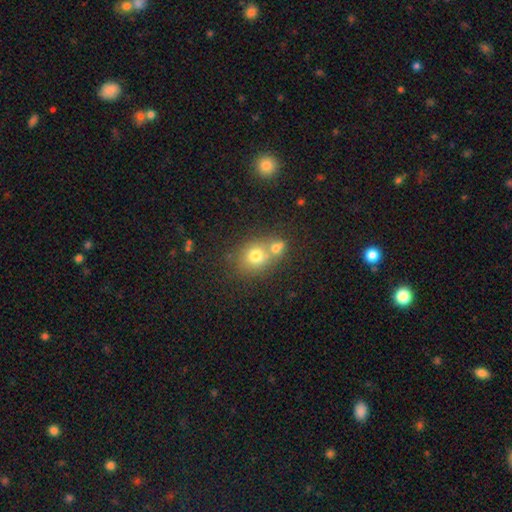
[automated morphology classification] This appears to be a smooth galaxy with no disk features (71%) that is round (68%). Merging: merger (47%).